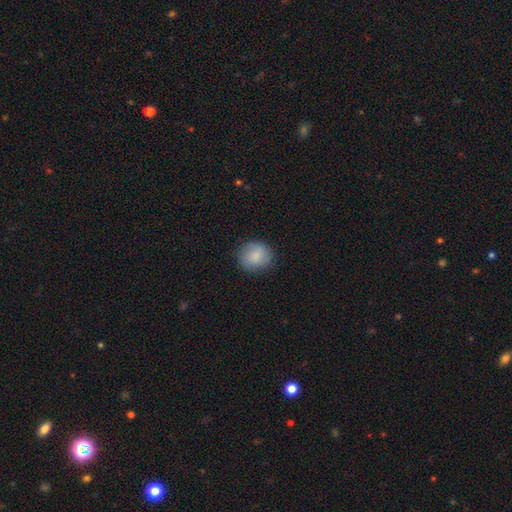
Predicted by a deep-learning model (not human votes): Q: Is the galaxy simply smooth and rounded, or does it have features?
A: smooth — 84%.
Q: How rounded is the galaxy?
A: round — 77%.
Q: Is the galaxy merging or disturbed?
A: none — 82%.